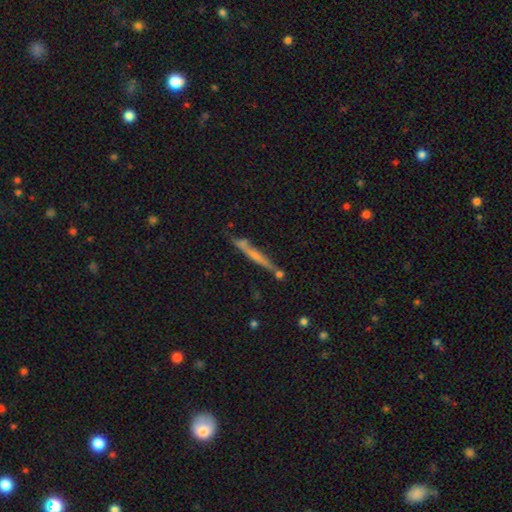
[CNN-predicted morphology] This is possibly a featured or disk galaxy (49%). Merging: likely none (67%).